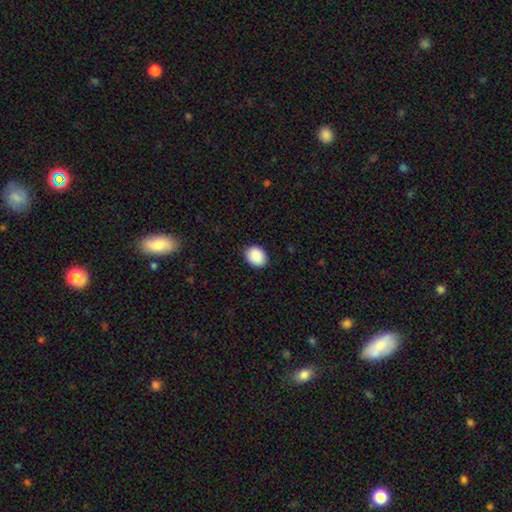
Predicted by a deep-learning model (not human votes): This is clearly a smooth galaxy (90%). How rounded: possibly in between (53%). Merging: clearly none (87%).